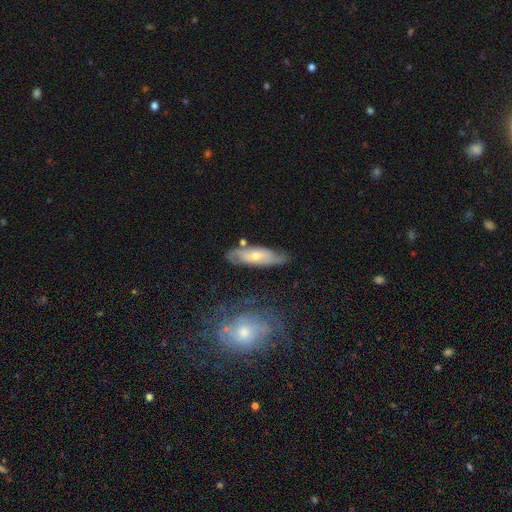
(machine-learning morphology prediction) The model was most divided on "smooth or featured": featured or disk: 55%, smooth: 38%, star or artifact: 7%. More confident: edge-on disk — no (72%); merging — none (71%).